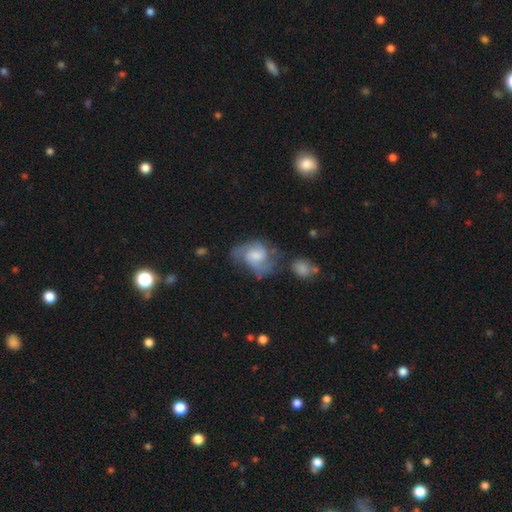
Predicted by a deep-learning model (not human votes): A featured or disk galaxy (66%) with no bar (48%), 2 (71%) medium (50%) spiral arms (89%) and a moderate central bulge (36%).

Vote fractions:
- Smooth or featured? featured or disk: 66% / smooth: 26% / star or artifact: 7%
- Edge-on disk? no: 98% / yes: 2%
- Bar? no: 48% / weak: 44% / strong: 8%
- Spiral arms? yes: 89% / no: 11%
- Spiral winding? medium: 50% / loose: 28% / tight: 22%
- Spiral arm count? 2: 71% / can't tell: 12% / 3: 8% / 1: 5% / 4: 2% / more than 4: 2%
- Bulge size? moderate: 36% / small: 25% / large: 18% / none: 18% / dominant: 2%
- Merging? none: 41% / minor disturbance: 24% / major disturbance: 23% / merger: 12%